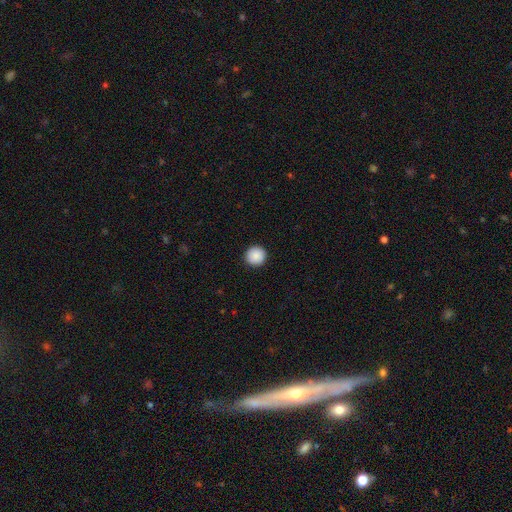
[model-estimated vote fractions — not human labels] Overall: smooth (89%). How rounded: round (95%). Merging: none (93%).